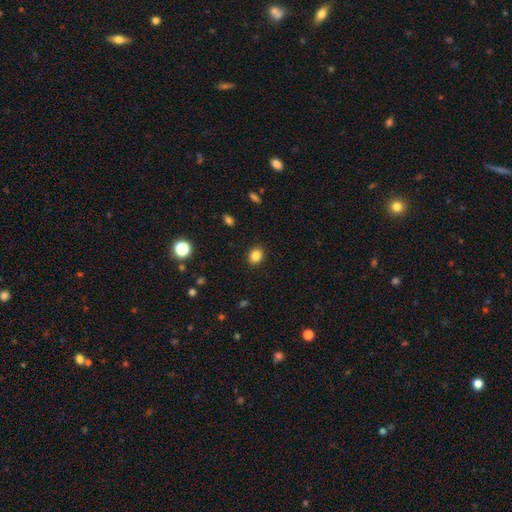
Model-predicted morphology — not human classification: type=smooth (84%); roundness=round (66%); merging=none (91%).